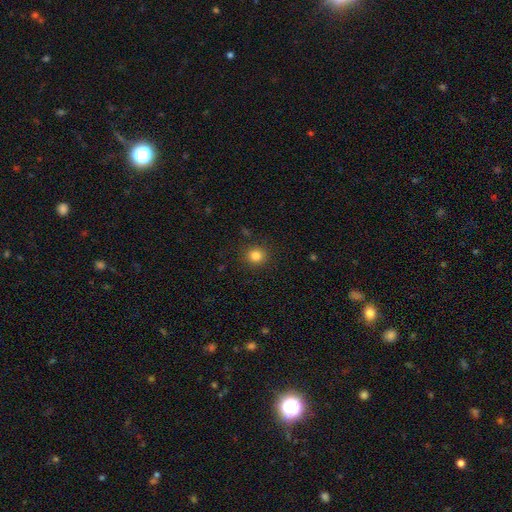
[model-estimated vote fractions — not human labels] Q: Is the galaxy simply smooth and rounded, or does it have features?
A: smooth — 83%.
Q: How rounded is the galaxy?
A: round — 87%.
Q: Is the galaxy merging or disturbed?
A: none — 90%.